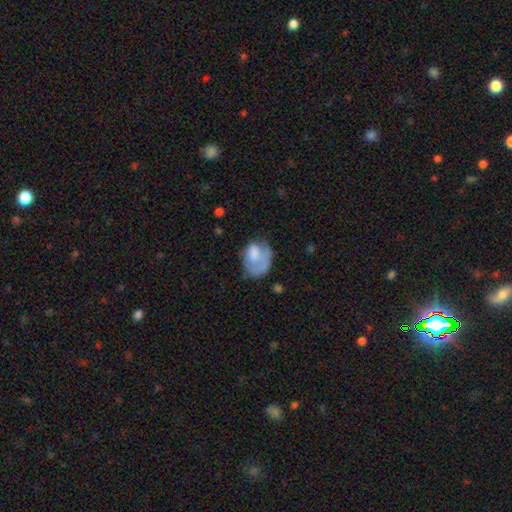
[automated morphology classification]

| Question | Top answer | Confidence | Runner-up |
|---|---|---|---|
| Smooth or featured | smooth | 59% | featured or disk (33%) |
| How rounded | in between | 68% | round (31%) |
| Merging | none | 38% | major disturbance (31%) |